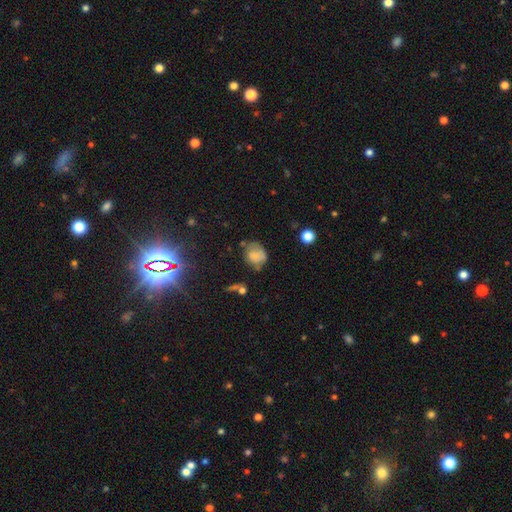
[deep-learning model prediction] The model was most divided on "how rounded": round: 52%, in between: 47%, cigar-shaped: 1%. Remaining: smooth or featured — smooth (64%); merging — none (46%).